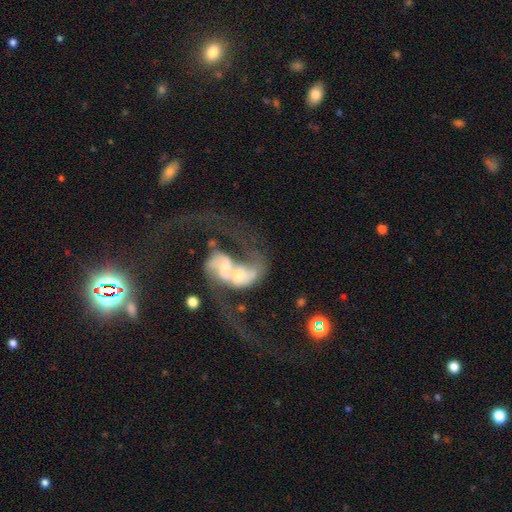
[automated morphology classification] A featured or disk galaxy (81%) with no bar (49%), 2 (79%) loose (70%) spiral arms (89%) and a moderate central bulge (41%). Merging: merger (61%).